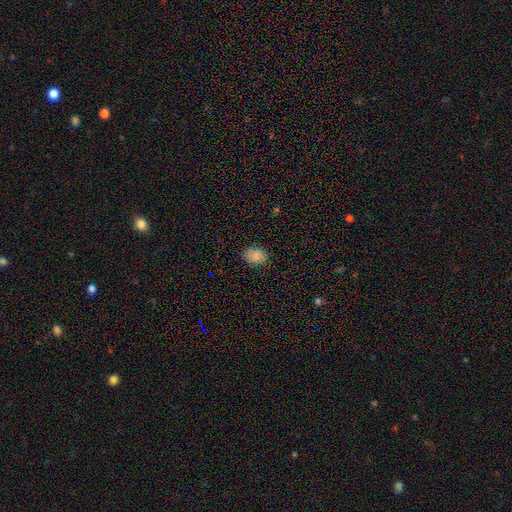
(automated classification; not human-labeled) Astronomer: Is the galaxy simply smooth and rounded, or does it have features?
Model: smooth — 85%.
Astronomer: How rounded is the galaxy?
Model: in between — 57% (runner-up: round, 42%).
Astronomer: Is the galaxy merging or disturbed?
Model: none — 85%.